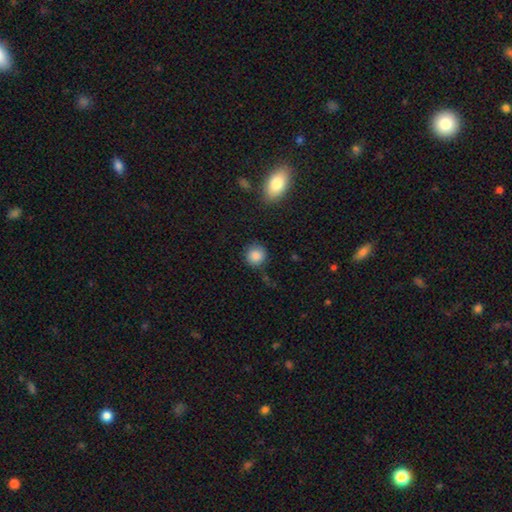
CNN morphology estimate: Smooth or featured?
  - smooth: 86% *
  - star or artifact: 9%
  - featured or disk: 5%
How rounded?
  - round: 90% *
  - in between: 9%
  - cigar-shaped: 1%
Merging?
  - none: 80% *
  - minor disturbance: 13%
  - major disturbance: 4%
  - merger: 3%